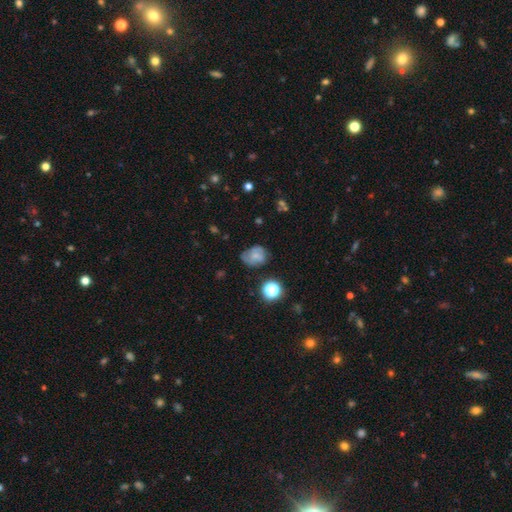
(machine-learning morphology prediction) Overall: smooth (58%; featured or disk 29%). How rounded: in between (51%; round 48%). Merging: none (51%; minor disturbance 32%).